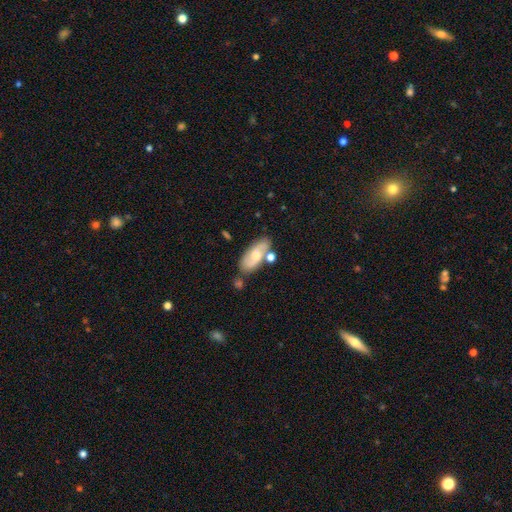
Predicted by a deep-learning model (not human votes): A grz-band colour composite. It shows a featured or disk galaxy (51%). Merging: none (63%).